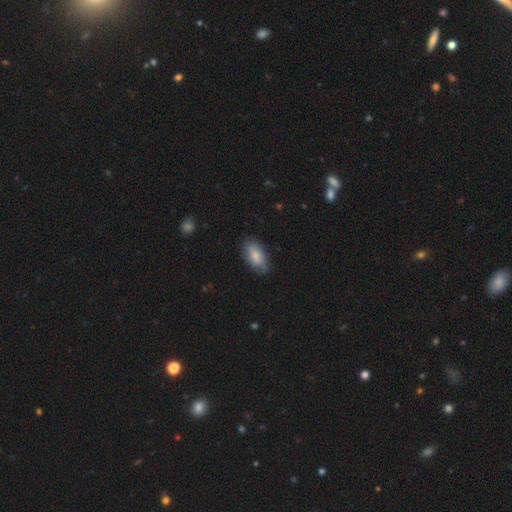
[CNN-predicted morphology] Smooth or featured?
  - smooth: 77% *
  - featured or disk: 17%
  - star or artifact: 6%
How rounded?
  - in between: 92% *
  - cigar-shaped: 4%
  - round: 3%
Merging?
  - none: 77% *
  - minor disturbance: 18%
  - major disturbance: 4%
  - merger: 1%